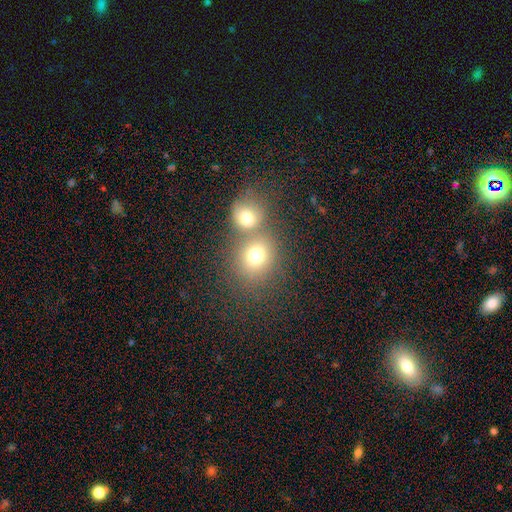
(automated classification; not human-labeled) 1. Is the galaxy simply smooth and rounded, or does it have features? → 75% smooth, 14% star or artifact, 12% featured or disk.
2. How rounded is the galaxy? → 77% round, 22% in between, 1% cigar-shaped.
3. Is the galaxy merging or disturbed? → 46% merger, 43% none, 7% minor disturbance, 4% major disturbance.